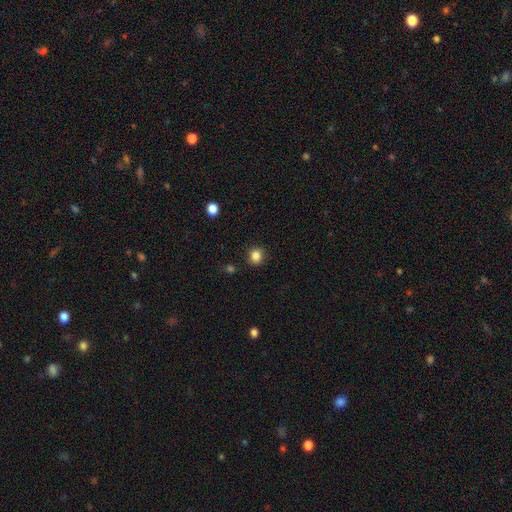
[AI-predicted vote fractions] Smooth or featured?
  - smooth: 85% *
  - star or artifact: 11%
  - featured or disk: 4%
How rounded?
  - round: 80% *
  - in between: 19%
  - cigar-shaped: 1%
Merging?
  - none: 88% *
  - minor disturbance: 8%
  - major disturbance: 2%
  - merger: 2%